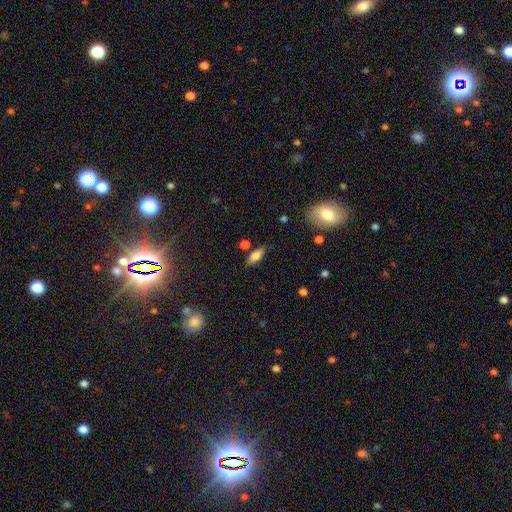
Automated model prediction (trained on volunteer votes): smooth_or_featured: smooth (p=0.76) [alt: featured or disk p=0.16]
how_rounded: in between (p=0.73) [alt: cigar-shaped p=0.23]
merging: none (p=0.75) [alt: minor disturbance p=0.16]